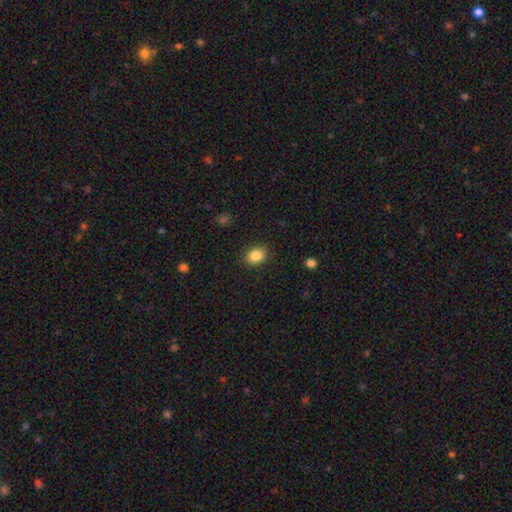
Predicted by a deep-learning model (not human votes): This is clearly a smooth galaxy (86%). How rounded: possibly in between (58%). Merging: clearly none (87%).